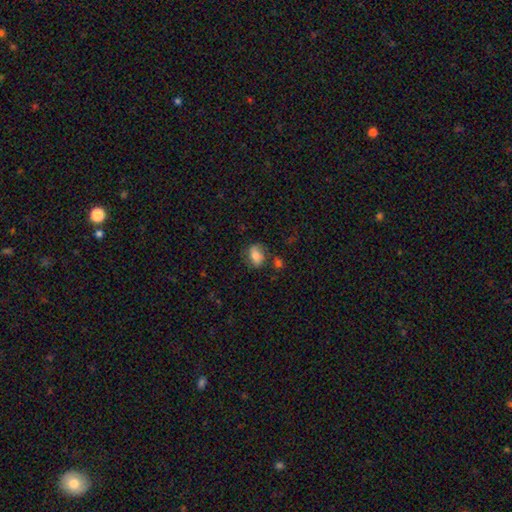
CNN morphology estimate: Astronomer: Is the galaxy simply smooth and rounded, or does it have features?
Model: smooth — 71%.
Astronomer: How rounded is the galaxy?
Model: in between — 76%.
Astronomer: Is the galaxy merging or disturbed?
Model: none — 63%.